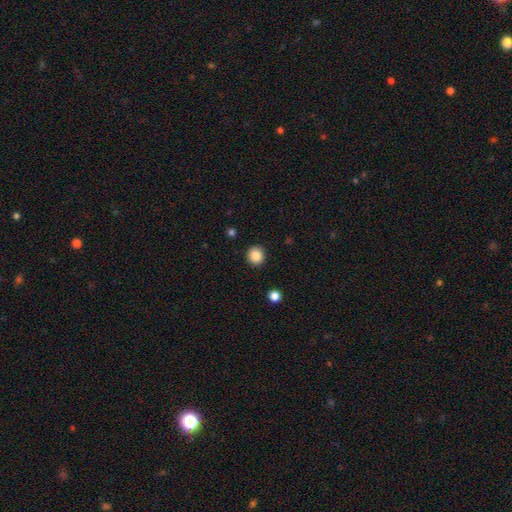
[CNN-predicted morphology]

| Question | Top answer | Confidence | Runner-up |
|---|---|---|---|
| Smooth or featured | smooth | 86% | star or artifact (10%) |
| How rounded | round | 92% | in between (8%) |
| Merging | none | 91% | minor disturbance (5%) |